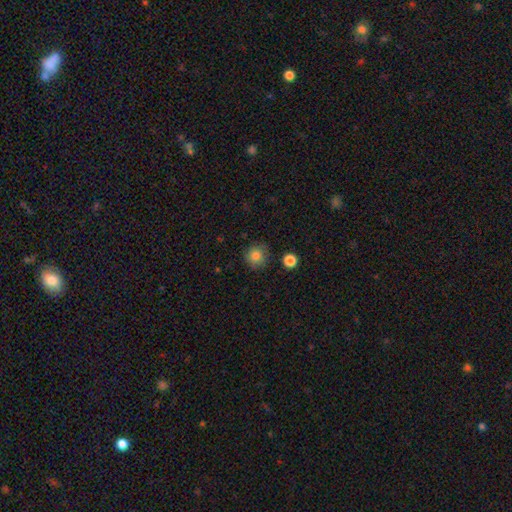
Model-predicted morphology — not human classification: Q: Smooth or featured?
A: smooth (85%); runner-up: star or artifact (10%)
Q: How rounded?
A: round (92%); runner-up: in between (7%)
Q: Merging?
A: none (83%); runner-up: minor disturbance (12%)